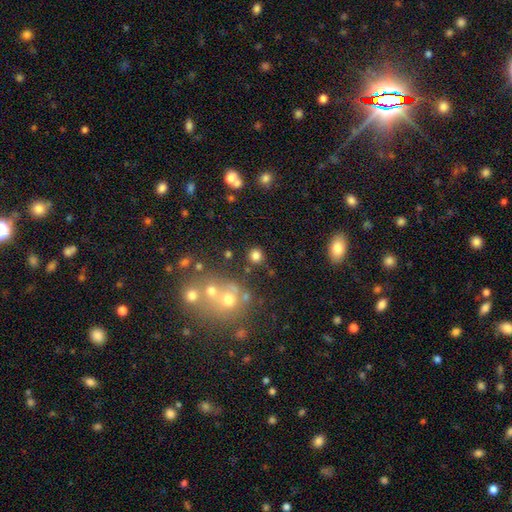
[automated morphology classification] The model was most divided on "smooth or featured": smooth: 77%, star or artifact: 16%, featured or disk: 7%. More confident: how rounded — round (88%); merging — none (82%).